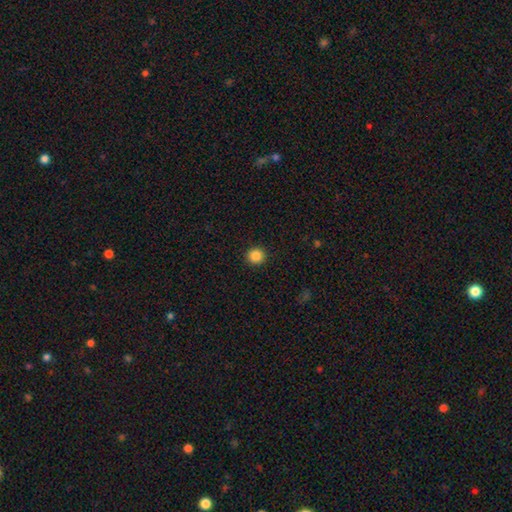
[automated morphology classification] A smooth galaxy with no disk features (86%) that is round (94%).

Vote fractions:
- Smooth or featured? smooth: 86% / star or artifact: 11% / featured or disk: 3%
- How rounded? round: 94% / in between: 5% / cigar-shaped: 1%
- Merging? none: 93% / minor disturbance: 4% / major disturbance: 2% / merger: 1%